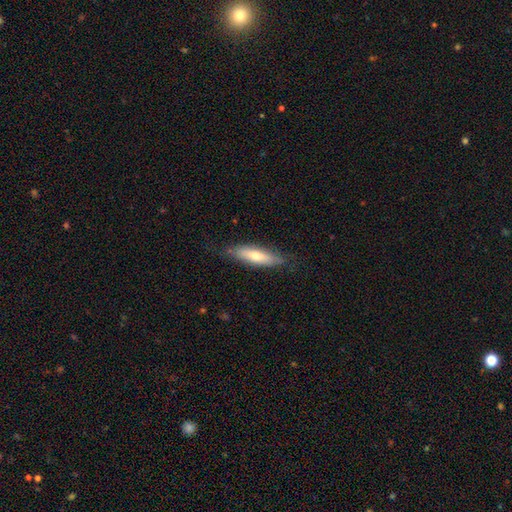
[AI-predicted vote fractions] smooth 61%, featured or disk 33%, star or artifact 6%. Down the decision tree: how rounded — cigar-shaped (61%); merging — none (77%).